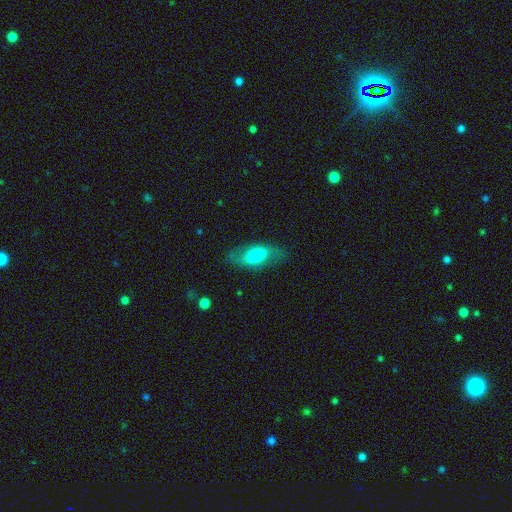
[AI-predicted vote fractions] Smooth or featured?
  - smooth: 60% *
  - featured or disk: 33%
  - star or artifact: 7%
How rounded?
  - in between: 84% *
  - cigar-shaped: 10%
  - round: 5%
Merging?
  - none: 72% *
  - minor disturbance: 18%
  - major disturbance: 9%
  - merger: 1%